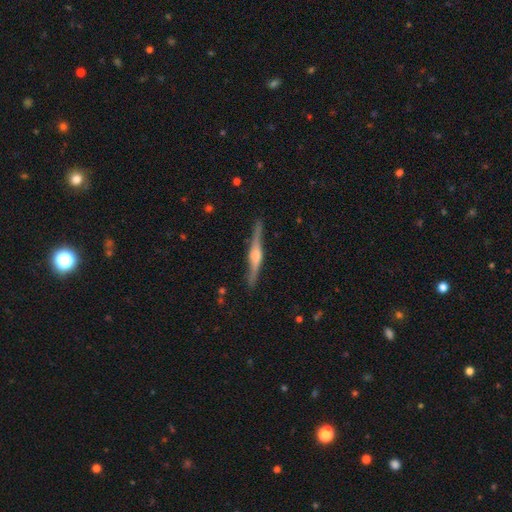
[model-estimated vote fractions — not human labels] A featured or disk galaxy (78%) viewed edge-on (97%) with a rounded central bulge (64%).

Vote fractions:
- Smooth or featured? featured or disk: 78% / smooth: 17% / star or artifact: 5%
- Edge-on disk? yes: 97% / no: 3%
- Edge-on bulge? rounded: 64% / boxy: 29% / none: 7%
- Merging? none: 87% / minor disturbance: 10% / major disturbance: 2% / merger: 1%